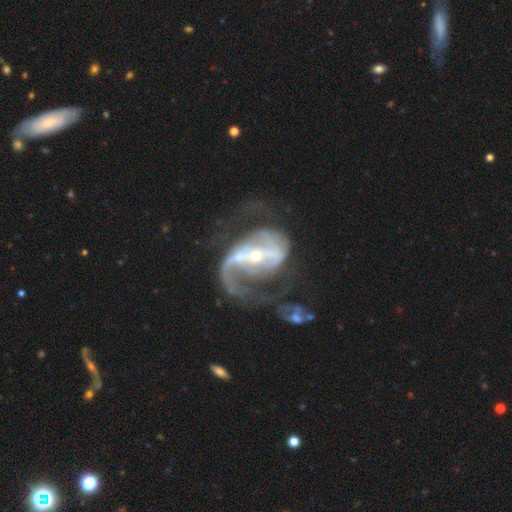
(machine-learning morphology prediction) This appears to be a featured or disk galaxy (87%) with a strong bar (45%), 2 (67%) loose (45%) spiral arms (92%) and a small central bulge (64%). Merging: major disturbance (40%).